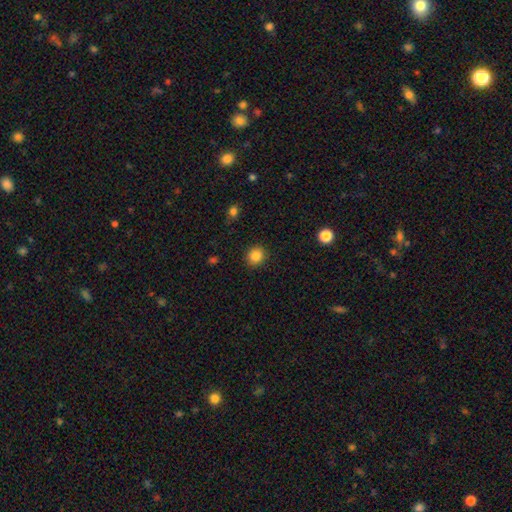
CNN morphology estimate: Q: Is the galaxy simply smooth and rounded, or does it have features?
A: smooth — 86%.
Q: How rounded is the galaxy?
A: round — 86%.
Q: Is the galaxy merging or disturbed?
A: none — 90%.